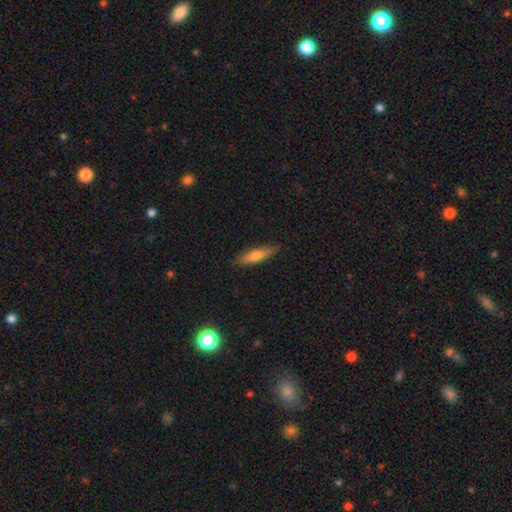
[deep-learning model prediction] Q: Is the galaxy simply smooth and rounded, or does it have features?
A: smooth — 64%.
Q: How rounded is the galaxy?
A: cigar-shaped — 77%.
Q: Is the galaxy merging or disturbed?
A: none — 86%.